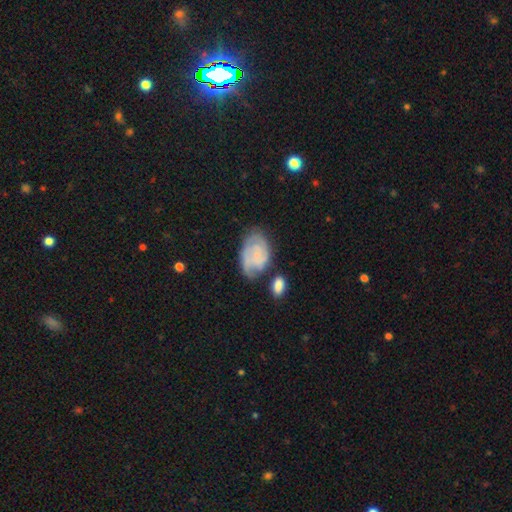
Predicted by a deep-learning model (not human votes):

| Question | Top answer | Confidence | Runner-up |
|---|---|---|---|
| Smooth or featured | featured or disk | 65% | smooth (28%) |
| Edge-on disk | no | 97% | yes (3%) |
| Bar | no | 69% | weak (26%) |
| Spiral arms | yes | 87% | no (13%) |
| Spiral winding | tight | 54% | medium (34%) |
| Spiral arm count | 2 | 38% | can't tell (35%) |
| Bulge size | small | 61% | none (25%) |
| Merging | none | 52% | minor disturbance (26%) |